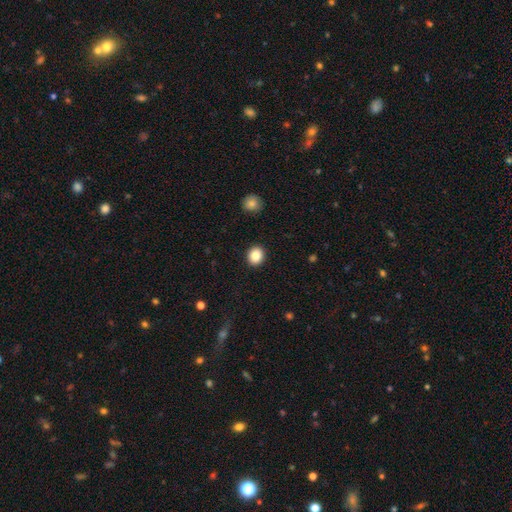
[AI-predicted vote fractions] smooth-or-featured: smooth: 86% | star or artifact: 9% | featured or disk: 5%
  how-rounded: round: 75% | in between: 24% | cigar-shaped: 1%
  merging: none: 92% | minor disturbance: 5% | major disturbance: 2% | merger: 1%